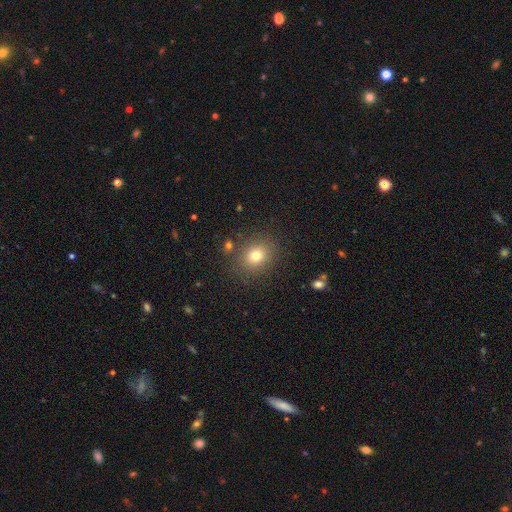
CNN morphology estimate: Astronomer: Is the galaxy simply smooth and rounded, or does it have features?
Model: smooth — 76%.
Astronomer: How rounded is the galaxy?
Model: round — 69%.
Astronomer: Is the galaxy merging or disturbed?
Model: none — 85%.